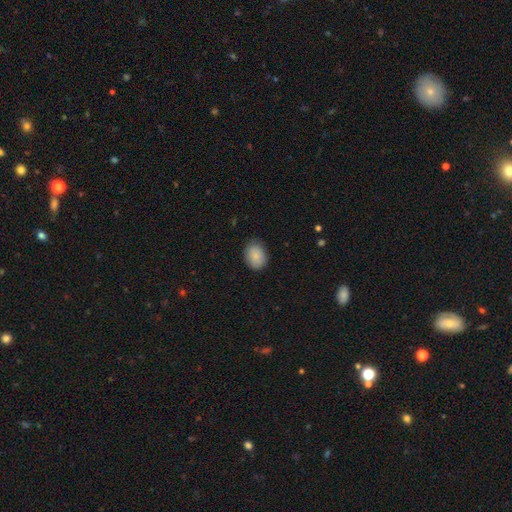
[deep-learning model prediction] Smooth or featured: smooth — 85% (star or artifact — 7%)
How rounded: in between — 69% (round — 30%)
Merging: none — 82% (minor disturbance — 15%)